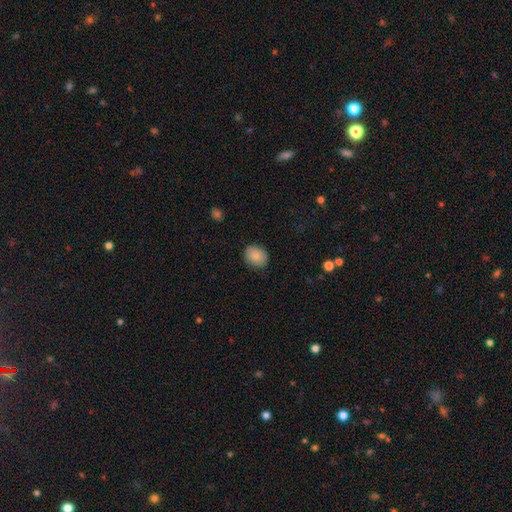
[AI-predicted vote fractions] smooth 87%, star or artifact 8%, featured or disk 6%. Down the decision tree: how rounded — in between (51%); merging — none (84%).